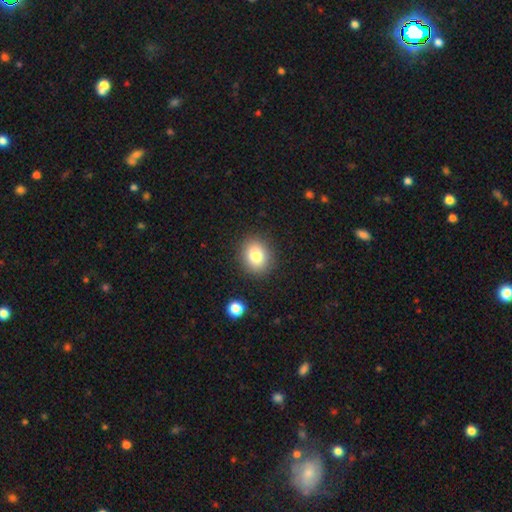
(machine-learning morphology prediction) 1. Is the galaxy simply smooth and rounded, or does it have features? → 80% smooth, 11% star or artifact, 9% featured or disk.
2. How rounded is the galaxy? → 65% round, 34% in between, 1% cigar-shaped.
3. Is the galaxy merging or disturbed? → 88% none, 8% minor disturbance, 3% major disturbance, 2% merger.